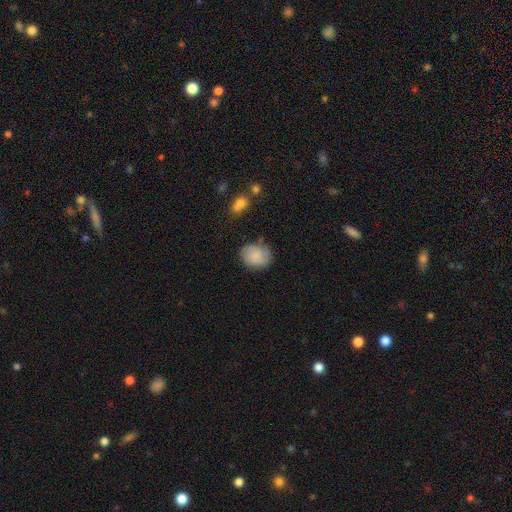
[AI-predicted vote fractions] Smooth or featured? Predicted: smooth (p=0.77). How rounded? Predicted: round (p=0.51). Merging? Predicted: none (p=0.74).